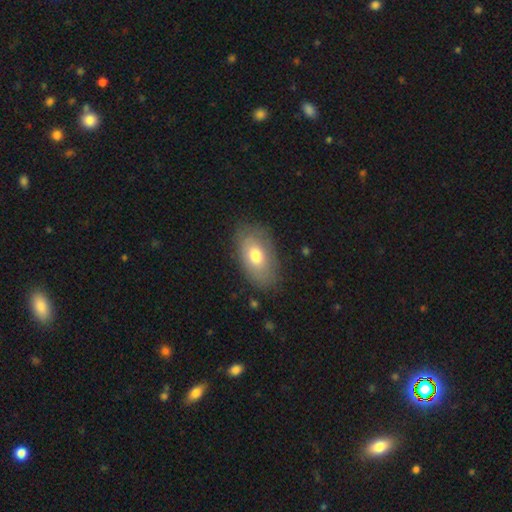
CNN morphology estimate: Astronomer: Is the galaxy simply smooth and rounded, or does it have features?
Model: smooth — 69%.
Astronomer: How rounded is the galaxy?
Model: in between — 92%.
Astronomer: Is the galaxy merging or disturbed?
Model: none — 80%.